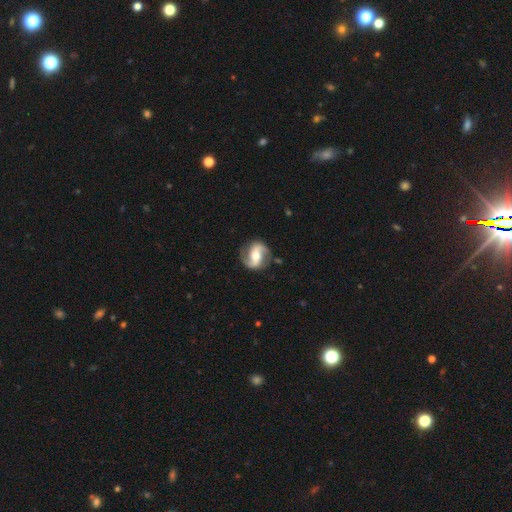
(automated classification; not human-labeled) Overall: featured or disk (85%). Edge-on disk: no (97%). Bar: weak (37%; strong 33%). Spiral arms: yes (95%). Spiral arm count: 2 (92%). Spiral winding: medium (47%; loose 34%). Bulge size: moderate (68%). Merging: none (82%).